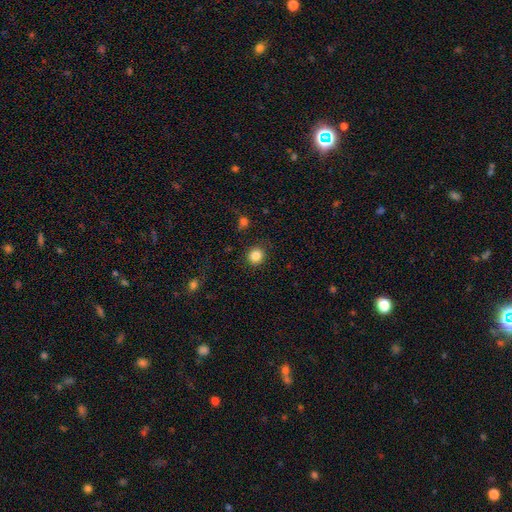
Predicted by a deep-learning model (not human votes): smooth-or-featured: smooth: 85% | star or artifact: 11% | featured or disk: 5%
  how-rounded: round: 89% | in between: 10% | cigar-shaped: 1%
  merging: none: 88% | minor disturbance: 7% | major disturbance: 3% | merger: 1%